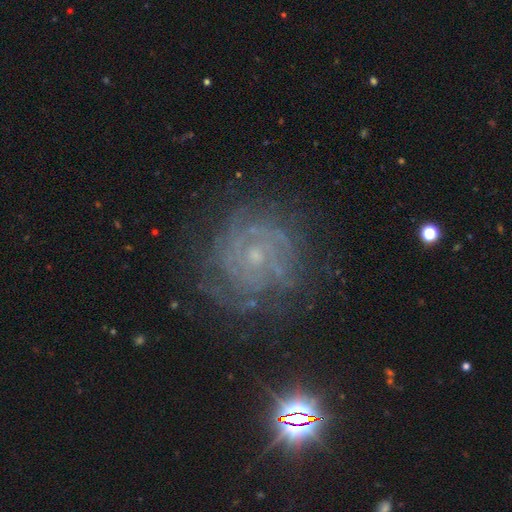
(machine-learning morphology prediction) smooth-or-featured: featured or disk: 77% | star or artifact: 13% | smooth: 10%
  disk-edge-on: no: 97% | yes: 3%
    bar: no: 79% | weak: 17% | strong: 4%
    has-spiral-arms: yes: 91% | no: 9%
      spiral-winding: tight: 74% | medium: 21% | loose: 5%
      spiral-arm-count: can't tell: 44% | 2: 15% | 3: 13% | 4: 12% | more than 4: 9% | 1: 7%
    bulge-size: small: 76% | moderate: 17% | none: 5% | large: 1% | dominant: 1%
  merging: none: 75% | minor disturbance: 15% | major disturbance: 8% | merger: 2%